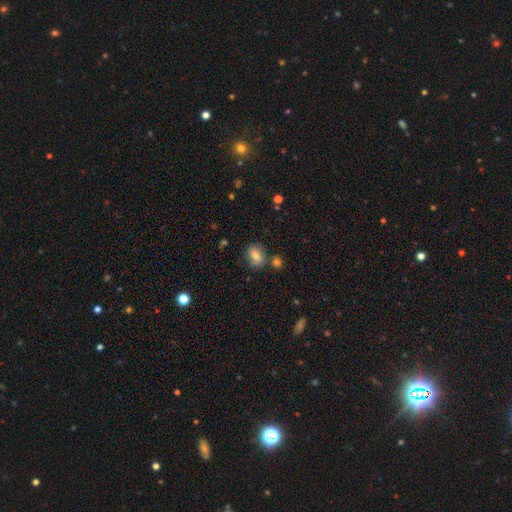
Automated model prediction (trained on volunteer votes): This appears to be a smooth galaxy with no disk features (70%) that is in between round and cigar-shaped (57%). Merging: none (74%).